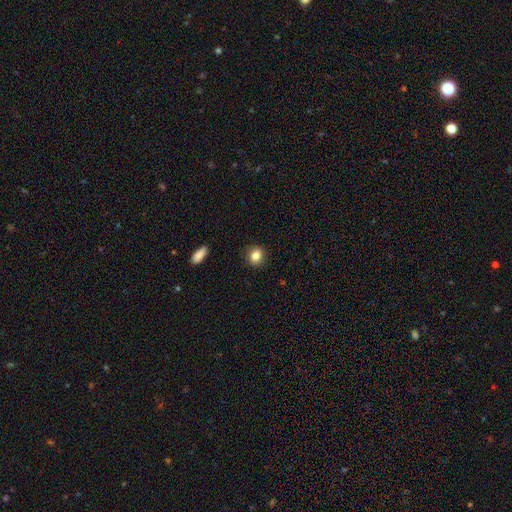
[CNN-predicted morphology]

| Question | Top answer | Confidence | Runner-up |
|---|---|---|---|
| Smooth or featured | smooth | 85% | star or artifact (9%) |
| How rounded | round | 72% | in between (26%) |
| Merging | none | 89% | minor disturbance (8%) |